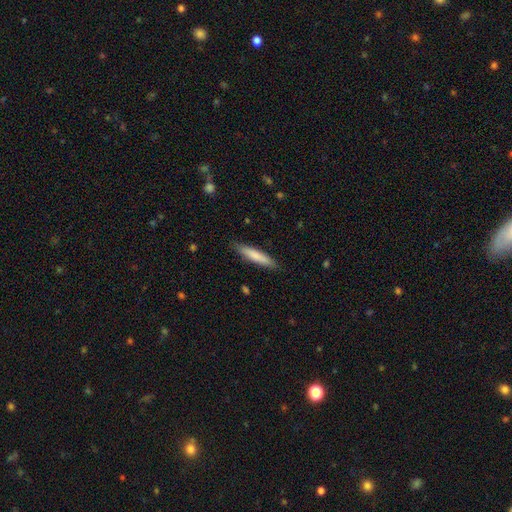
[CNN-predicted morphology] The model was most divided on "smooth or featured": smooth: 77%, featured or disk: 17%, star or artifact: 5%. More confident: how rounded — cigar-shaped (87%); merging — none (87%).